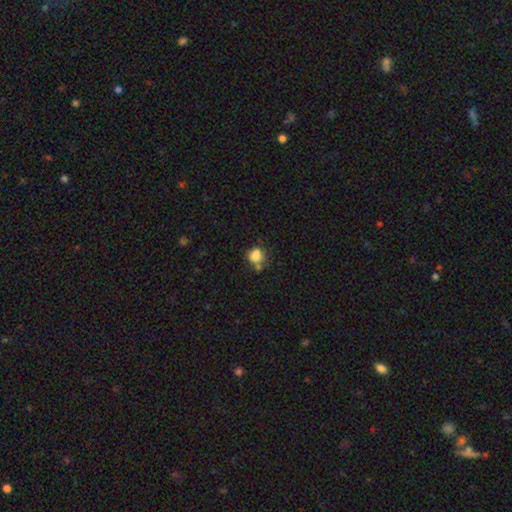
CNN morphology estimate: Smooth or featured? Predicted: smooth (p=0.79). How rounded? Predicted: round (p=0.64). Merging? Predicted: none (p=0.45).